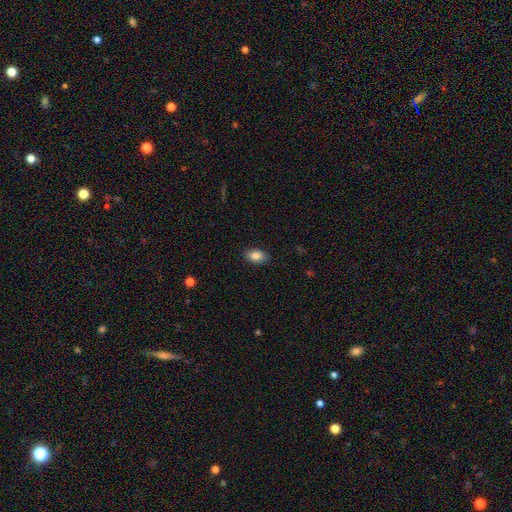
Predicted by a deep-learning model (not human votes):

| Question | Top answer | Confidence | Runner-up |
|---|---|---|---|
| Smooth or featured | smooth | 86% | star or artifact (8%) |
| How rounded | in between | 90% | round (8%) |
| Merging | none | 88% | minor disturbance (9%) |